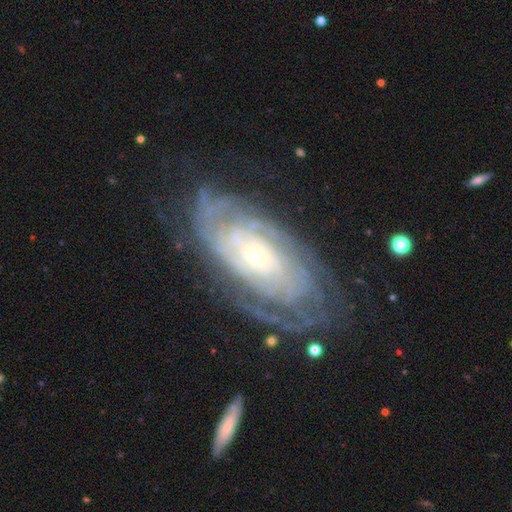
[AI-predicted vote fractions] Smooth or featured? Predicted: featured or disk (p=0.86). Edge-on disk? Predicted: no (p=0.93). Bar? Predicted: no (p=0.71). Spiral arms? Predicted: yes (p=0.95). Spiral winding? Predicted: tight (p=0.79). Spiral arm count? Predicted: can't tell (p=0.45). Bulge size? Predicted: small (p=0.65). Merging? Predicted: none (p=0.72).